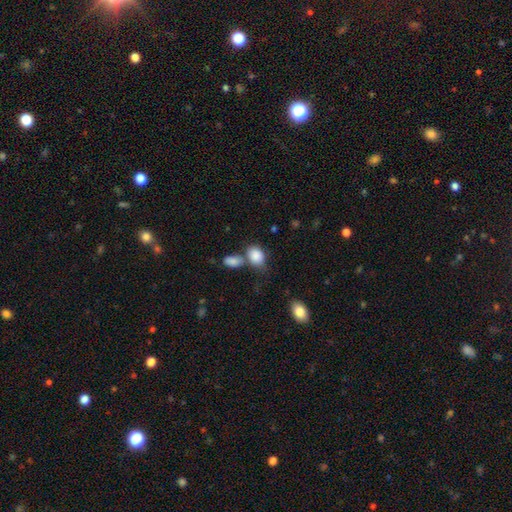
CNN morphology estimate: Overall: smooth (86%). How rounded: in between (73%). Merging: none (41%; merger 38%).